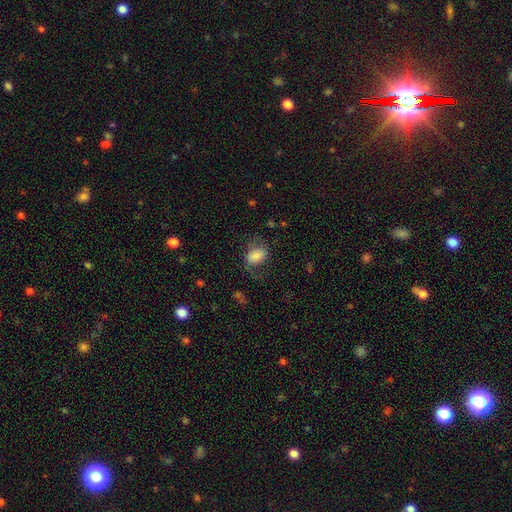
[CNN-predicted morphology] Smooth or featured? smooth (71%)
How rounded? in between (79%)
Merging? none (53%)